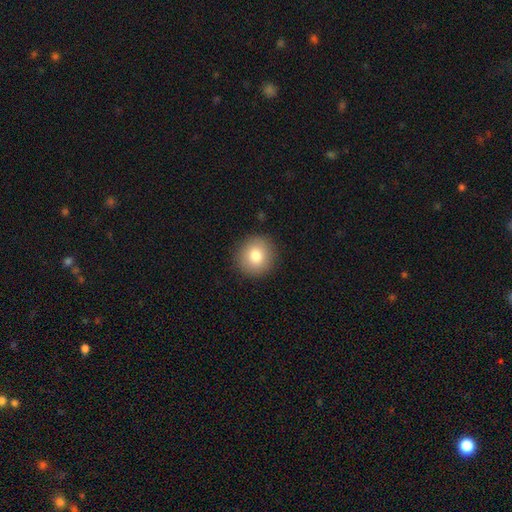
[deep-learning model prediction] smooth-or-featured: smooth: 81% | featured or disk: 10% | star or artifact: 9%
  how-rounded: round: 92% | in between: 7% | cigar-shaped: 1%
  merging: none: 91% | minor disturbance: 6% | major disturbance: 2% | merger: 1%